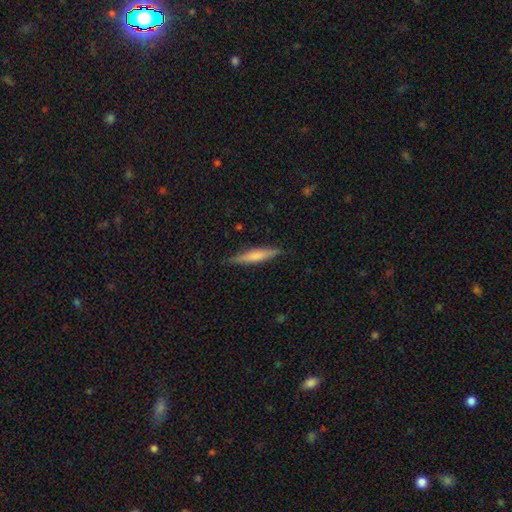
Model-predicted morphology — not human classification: type=smooth (59%); roundness=cigar-shaped (89%); merging=none (86%).